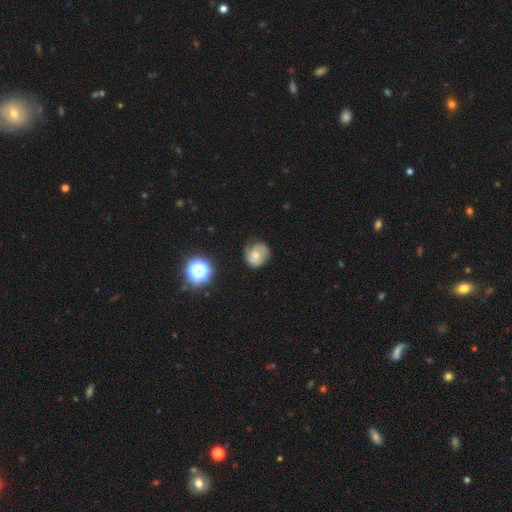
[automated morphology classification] Smooth or featured? Predicted: smooth (p=0.51). How rounded? Predicted: round (p=0.74). Merging? Predicted: none (p=0.65).